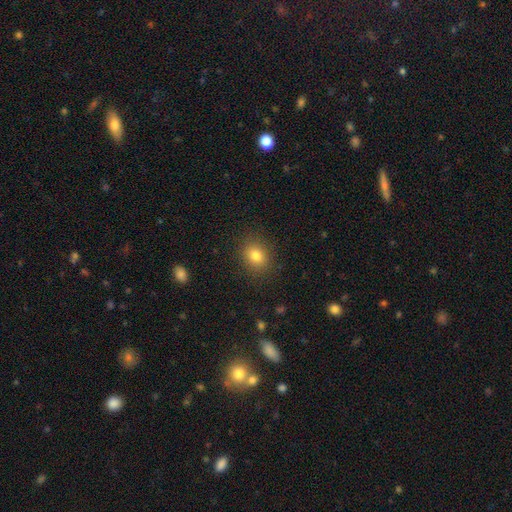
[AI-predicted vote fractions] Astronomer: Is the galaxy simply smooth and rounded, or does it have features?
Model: smooth — 81%.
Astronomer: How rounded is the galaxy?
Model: round — 60% (runner-up: in between, 39%).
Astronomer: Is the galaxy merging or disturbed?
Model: none — 88%.